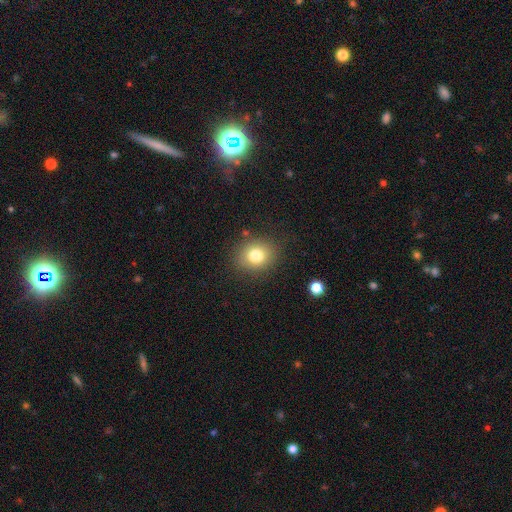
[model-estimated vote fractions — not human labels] This is likely a smooth galaxy (79%). How rounded: likely round (66%). Merging: clearly none (84%).